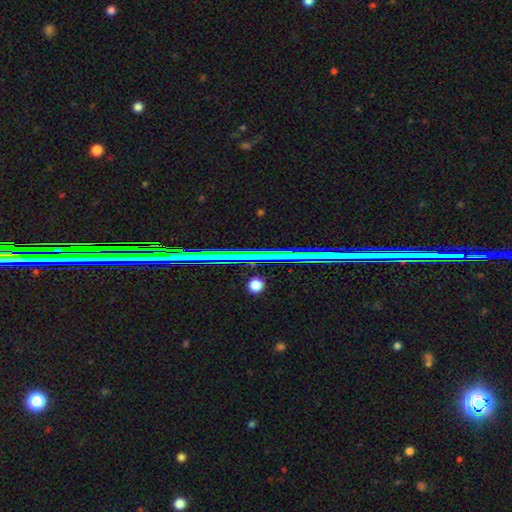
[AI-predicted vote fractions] Smooth or featured? star or artifact (82%)